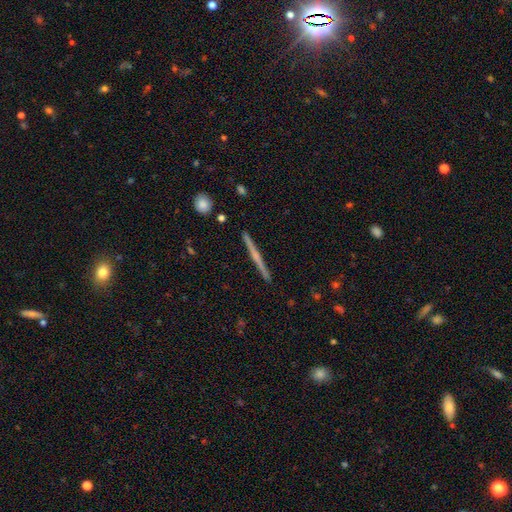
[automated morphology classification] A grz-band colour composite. It shows a featured or disk galaxy (64%) viewed edge-on (98%) with no central bulge (58%). Merging: none (92%).